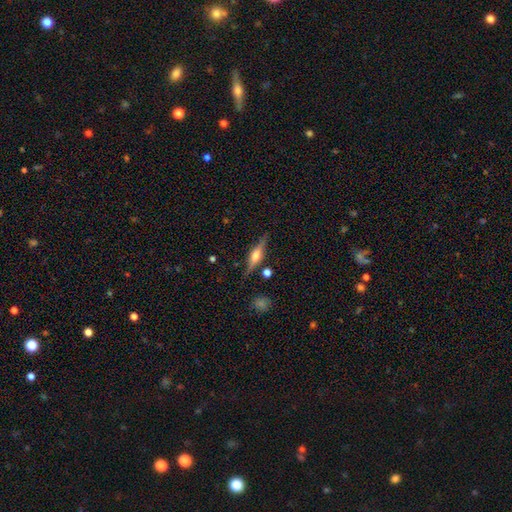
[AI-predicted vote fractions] smooth-or-featured: featured or disk: 72% | smooth: 21% | star or artifact: 7%
  disk-edge-on: yes: 96% | no: 4%
    edge-on-bulge: rounded: 87% | boxy: 10% | none: 2%
  merging: none: 84% | minor disturbance: 10% | major disturbance: 3% | merger: 3%